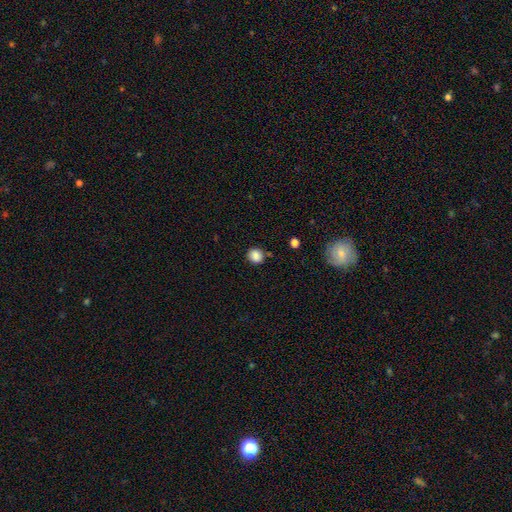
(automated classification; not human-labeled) Smooth or featured: smooth — 86% (star or artifact — 10%)
How rounded: round — 85% (in between — 14%)
Merging: none — 81% (minor disturbance — 12%)